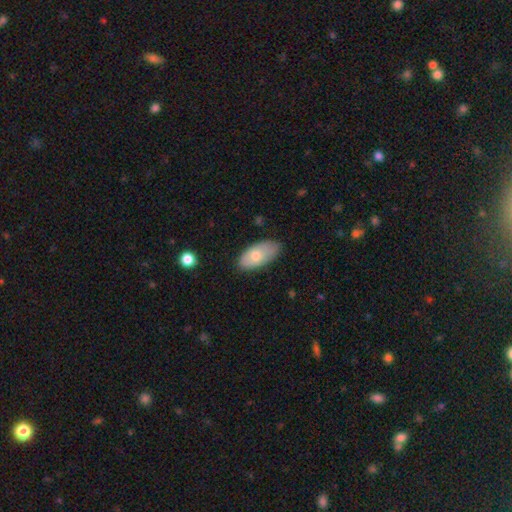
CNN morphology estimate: This is likely a smooth galaxy (72%). How rounded: clearly in between (93%). Merging: likely none (72%).